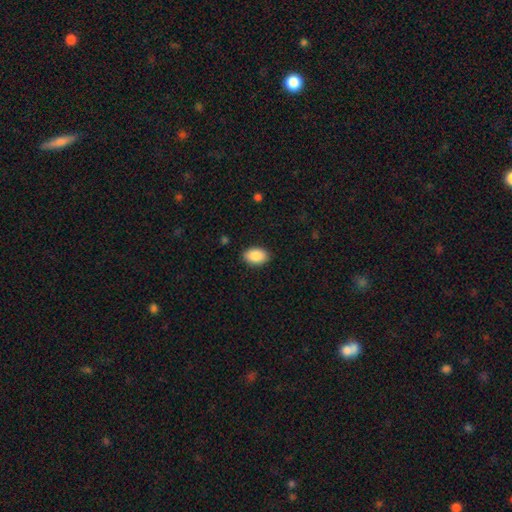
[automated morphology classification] This appears to be a smooth galaxy with no disk features (89%) that is in between round and cigar-shaped (90%). Merging: none (88%).